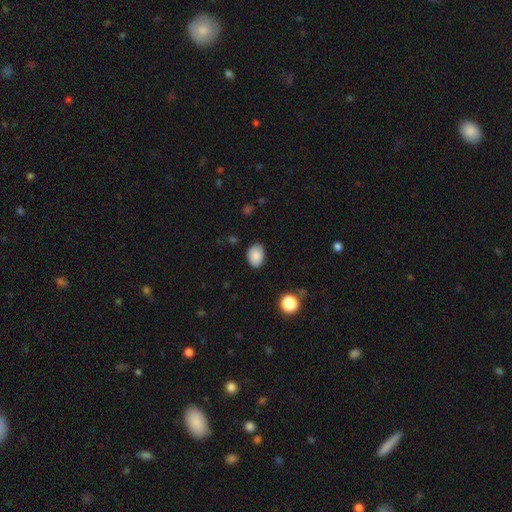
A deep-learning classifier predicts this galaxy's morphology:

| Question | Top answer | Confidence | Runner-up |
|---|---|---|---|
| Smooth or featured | smooth | 87% | star or artifact (8%) |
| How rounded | in between | 76% | round (23%) |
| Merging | none | 84% | minor disturbance (12%) |